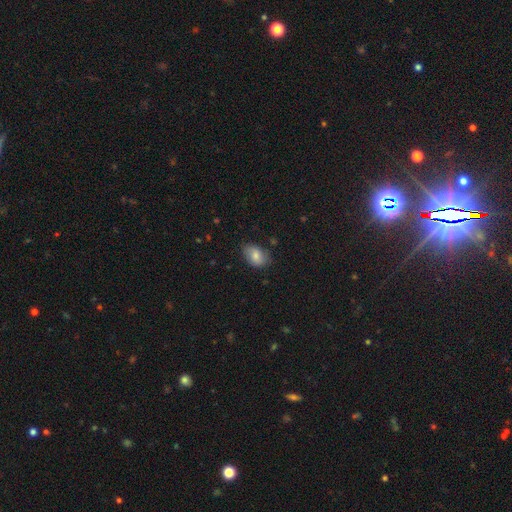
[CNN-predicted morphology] This appears to be a smooth galaxy with no disk features (76%) that is in between round and cigar-shaped (82%). Merging: none (72%).